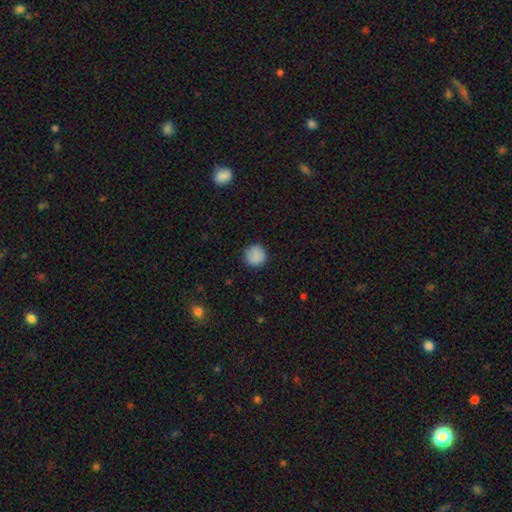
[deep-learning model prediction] smooth-or-featured: smooth: 86% | star or artifact: 8% | featured or disk: 5%
  how-rounded: round: 94% | in between: 5% | cigar-shaped: 1%
  merging: none: 87% | minor disturbance: 9% | major disturbance: 3% | merger: 1%